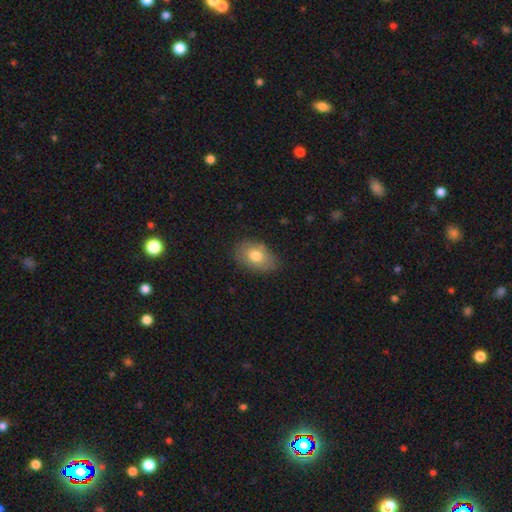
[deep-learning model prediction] A smooth galaxy with no disk features (77%) that is in between round and cigar-shaped (86%). Merging: none (74%).